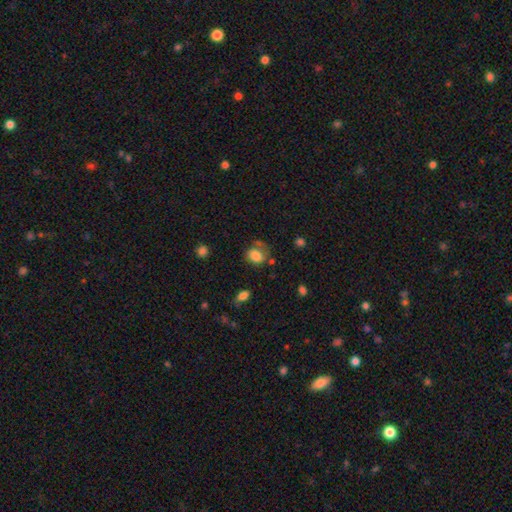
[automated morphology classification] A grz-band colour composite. It shows a smooth galaxy with no disk features (78%) that is in between round and cigar-shaped (58%). Merging: none (47%).